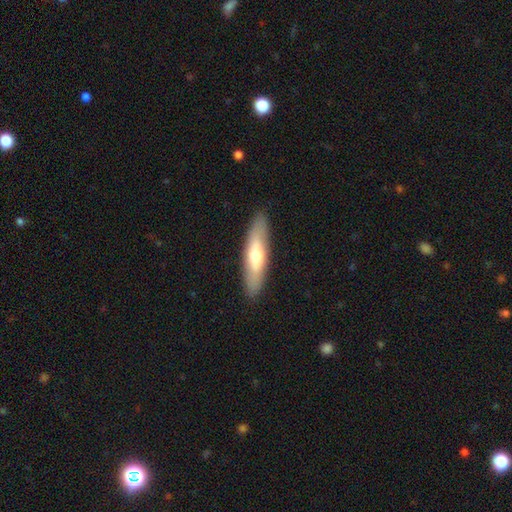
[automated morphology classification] smooth-or-featured: smooth: 56% | featured or disk: 38% | star or artifact: 5%
  how-rounded: cigar-shaped: 66% | in between: 33% | round: 2%
  merging: none: 89% | minor disturbance: 8% | major disturbance: 2% | merger: 1%